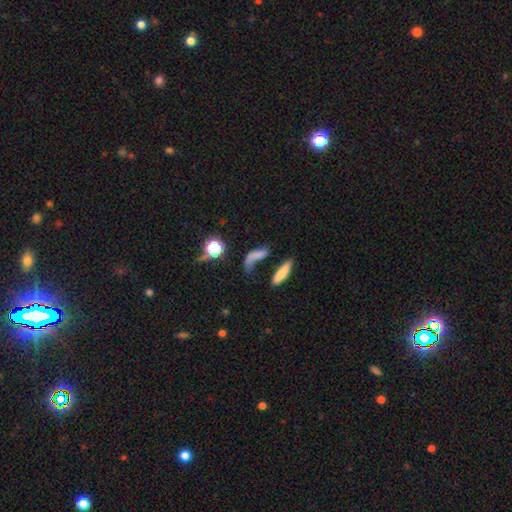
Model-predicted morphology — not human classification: Smooth or featured: smooth — 62% (featured or disk — 22%)
How rounded: in between — 50% (cigar-shaped — 37%)
Merging: none — 32% (major disturbance — 31%)